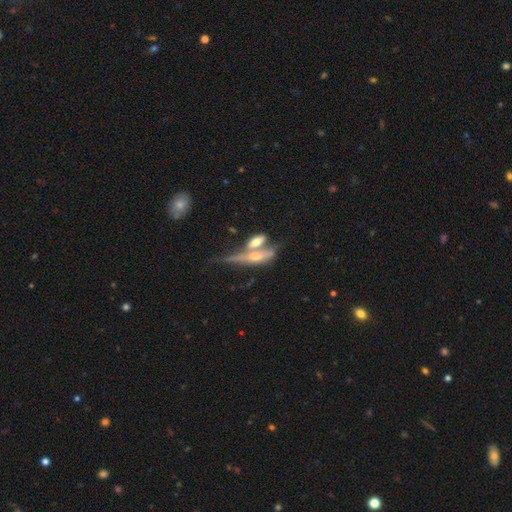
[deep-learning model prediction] smooth-or-featured: featured or disk: 62% | smooth: 30% | star or artifact: 8%
  disk-edge-on: yes: 79% | no: 21%
  merging: merger: 47% | none: 33% | minor disturbance: 13% | major disturbance: 7%